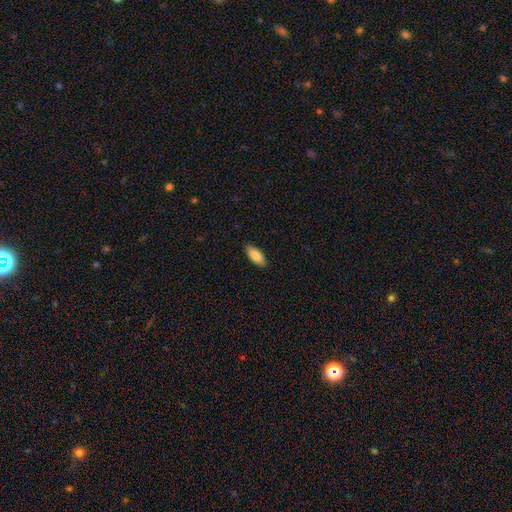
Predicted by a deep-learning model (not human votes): This appears to be a smooth galaxy with no disk features (84%) that is in between round and cigar-shaped (79%). Merging: none (89%).